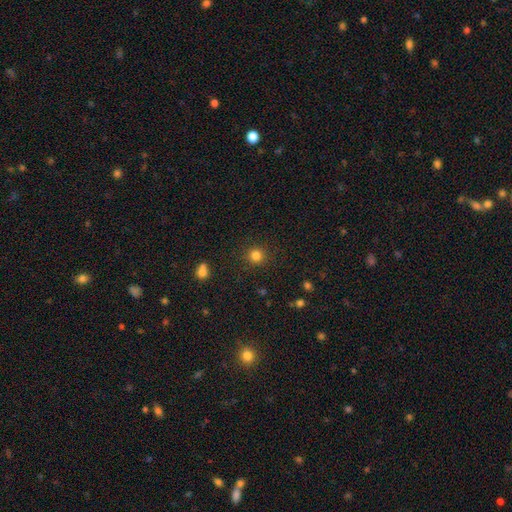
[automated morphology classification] smooth_or_featured: smooth (p=0.82) [alt: star or artifact p=0.13]
how_rounded: round (p=0.93) [alt: in between p=0.06]
merging: none (p=0.89) [alt: minor disturbance p=0.07]